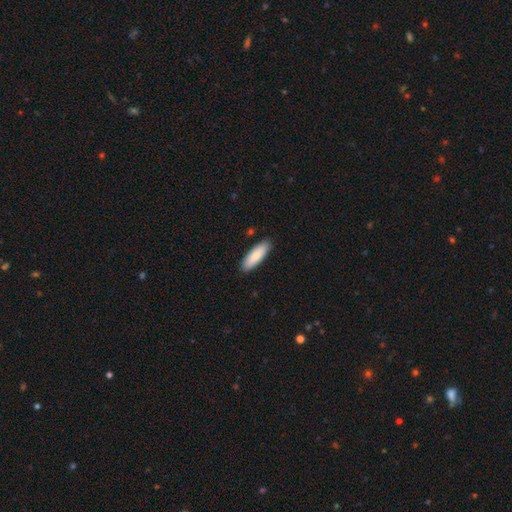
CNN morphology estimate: This appears to be a smooth galaxy with no disk features (86%) that is in between round and cigar-shaped (51%). Merging: none (89%).